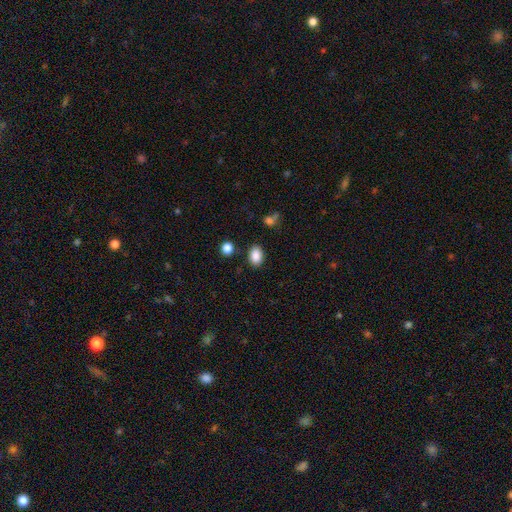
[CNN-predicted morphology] Q: Smooth or featured?
A: smooth (88%); runner-up: star or artifact (9%)
Q: How rounded?
A: in between (80%); runner-up: round (19%)
Q: Merging?
A: none (84%); runner-up: minor disturbance (10%)